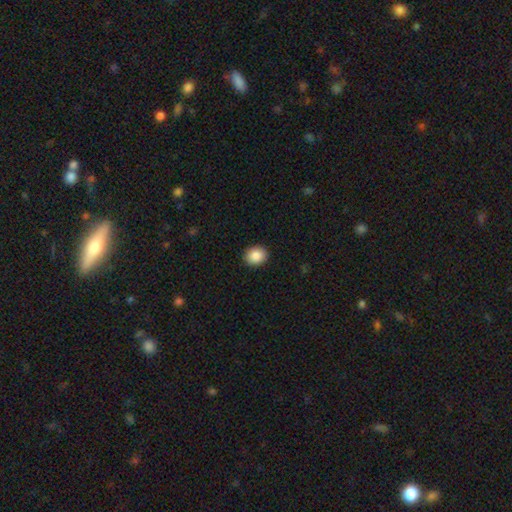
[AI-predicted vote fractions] A smooth galaxy with no disk features (88%) that is round (69%).

Vote fractions:
- Smooth or featured? smooth: 88% / star or artifact: 8% / featured or disk: 4%
- How rounded? round: 69% / in between: 30% / cigar-shaped: 1%
- Merging? none: 90% / minor disturbance: 7% / major disturbance: 2% / merger: 1%